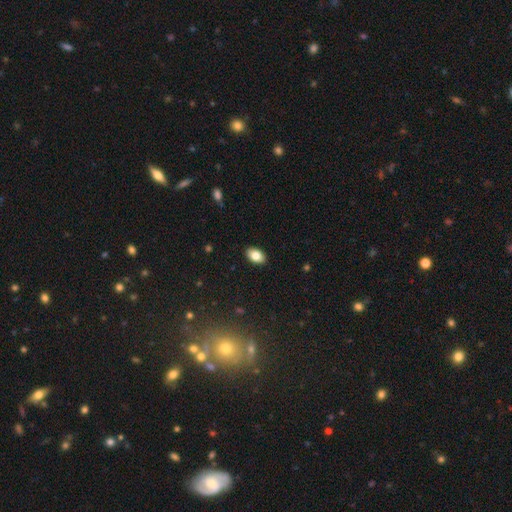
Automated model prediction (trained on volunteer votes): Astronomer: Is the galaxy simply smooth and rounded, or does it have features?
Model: smooth — 83%.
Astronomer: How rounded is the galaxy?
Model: in between — 91%.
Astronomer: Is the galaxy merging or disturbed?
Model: none — 89%.